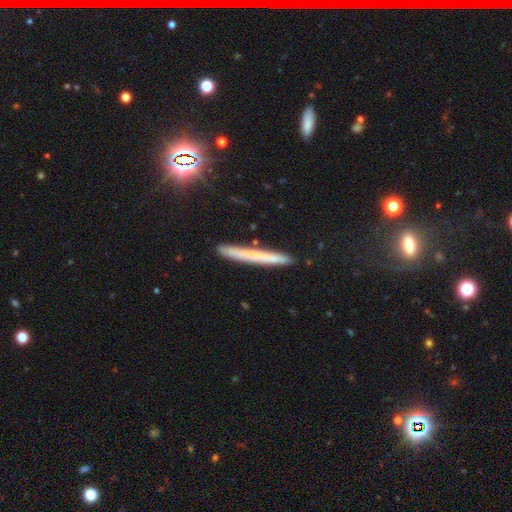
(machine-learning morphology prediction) Smooth or featured?
  - smooth: 56% *
  - featured or disk: 34%
  - star or artifact: 10%
How rounded?
  - cigar-shaped: 97% *
  - in between: 2%
  - round: 1%
Merging?
  - none: 88% *
  - minor disturbance: 9%
  - merger: 2%
  - major disturbance: 2%